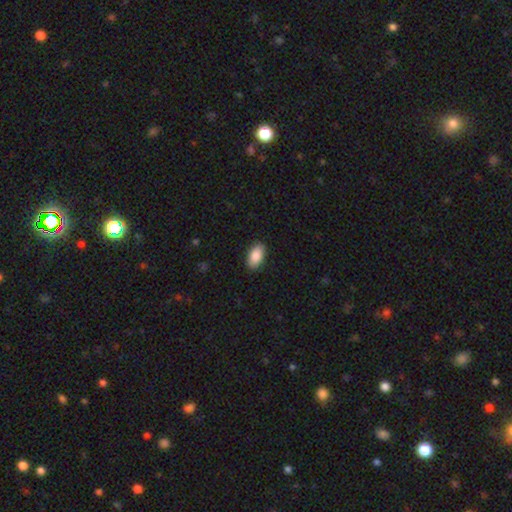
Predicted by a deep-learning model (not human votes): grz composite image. It shows a smooth galaxy with no disk features (89%) that is in between round and cigar-shaped (93%). Merging: none (89%).